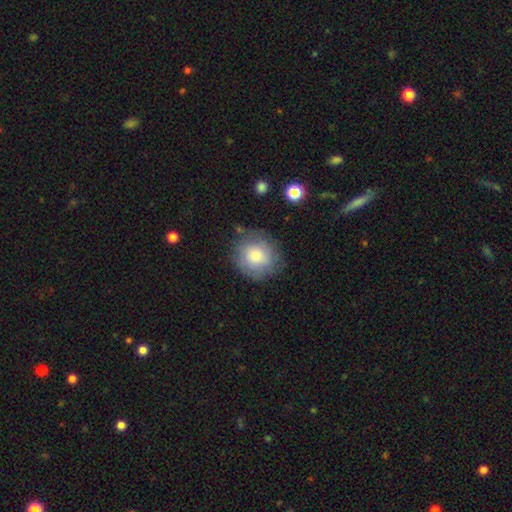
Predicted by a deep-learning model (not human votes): Smooth or featured? Predicted: smooth (p=0.74). How rounded? Predicted: round (p=0.83). Merging? Predicted: none (p=0.74).